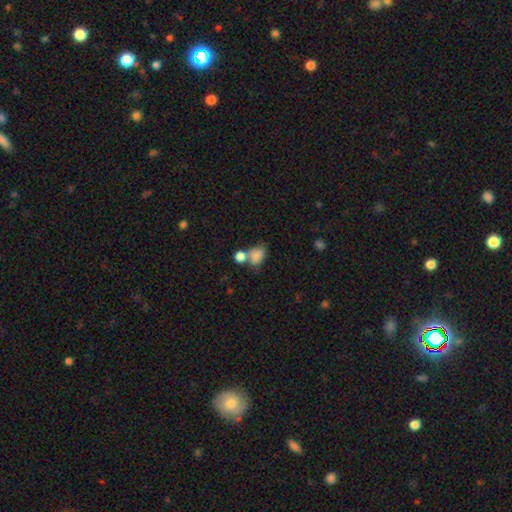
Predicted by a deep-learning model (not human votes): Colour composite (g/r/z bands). It shows a smooth galaxy with no disk features (81%) that is in between round and cigar-shaped (70%). Merging: merger (45%).